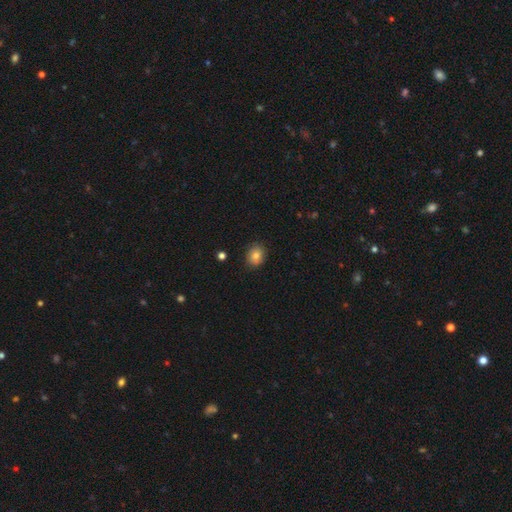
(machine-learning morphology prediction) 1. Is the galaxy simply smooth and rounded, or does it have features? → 83% smooth, 10% star or artifact, 7% featured or disk.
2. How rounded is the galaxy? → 59% round, 40% in between, 1% cigar-shaped.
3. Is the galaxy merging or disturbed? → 86% none, 11% minor disturbance, 2% major disturbance, 1% merger.